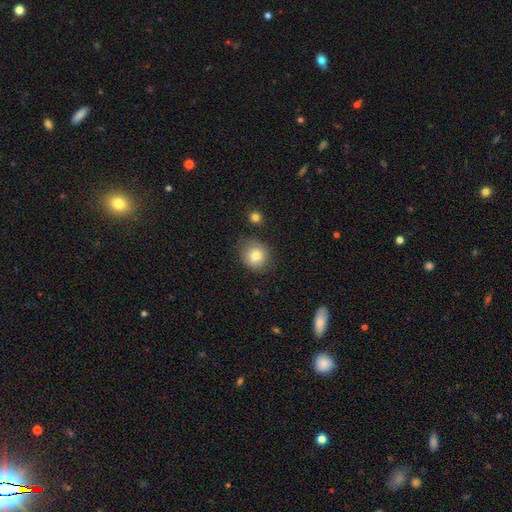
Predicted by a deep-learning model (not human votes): This is likely a smooth galaxy (78%). How rounded: clearly round (83%). Merging: likely none (76%).